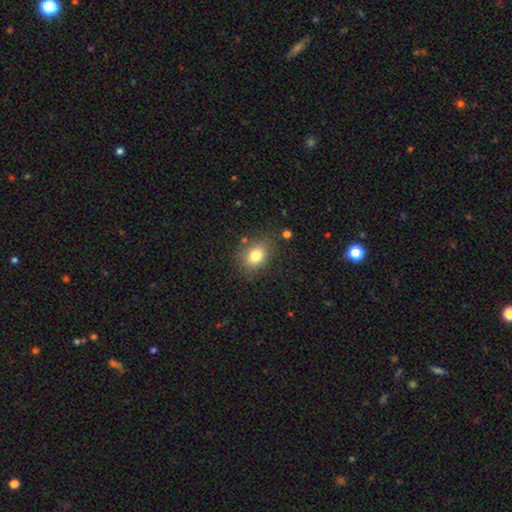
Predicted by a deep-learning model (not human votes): Smooth or featured? smooth (80%)
How rounded? in between (65%)
Merging? none (79%)